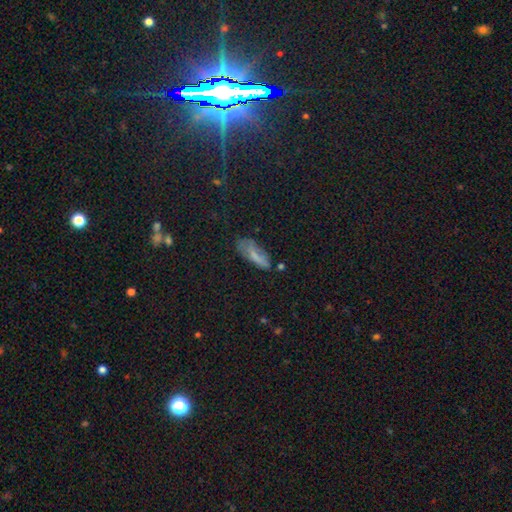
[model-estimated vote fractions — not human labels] Morphology: type=smooth (64%); roundness=in between (66%); merging=none (54%).